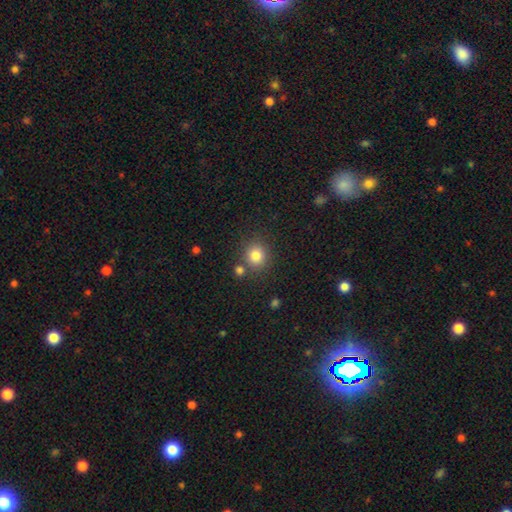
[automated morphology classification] Smooth or featured: smooth — 82% (star or artifact — 12%)
How rounded: round — 84% (in between — 15%)
Merging: none — 77% (merger — 10%)